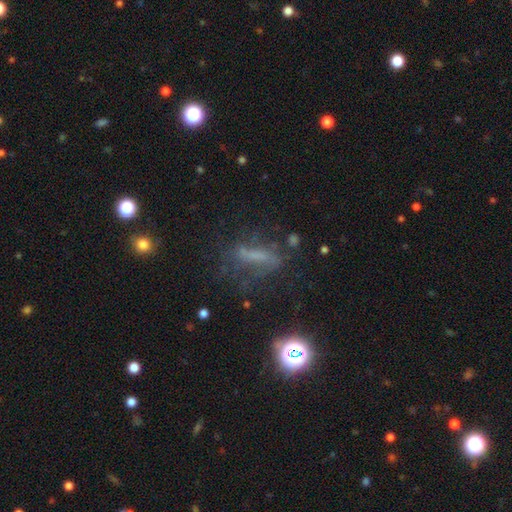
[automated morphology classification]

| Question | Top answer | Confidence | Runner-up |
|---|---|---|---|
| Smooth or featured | featured or disk | 38% | smooth (36%) |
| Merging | none | 53% | minor disturbance (22%) |